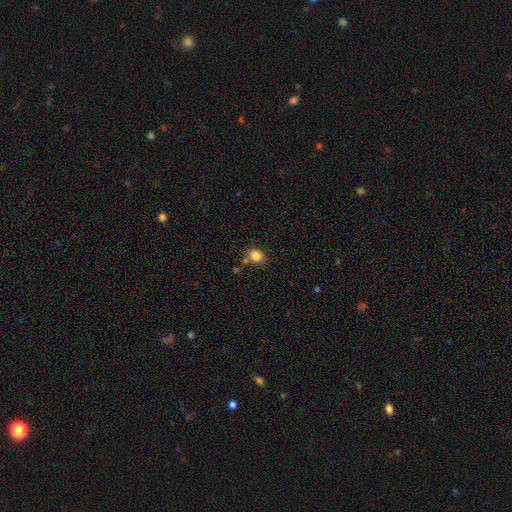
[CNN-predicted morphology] A smooth galaxy with no disk features (84%) that is round (51%).

Vote fractions:
- Smooth or featured? smooth: 84% / star or artifact: 11% / featured or disk: 5%
- How rounded? round: 51% / in between: 48% / cigar-shaped: 1%
- Merging? none: 72% / minor disturbance: 14% / merger: 10% / major disturbance: 4%